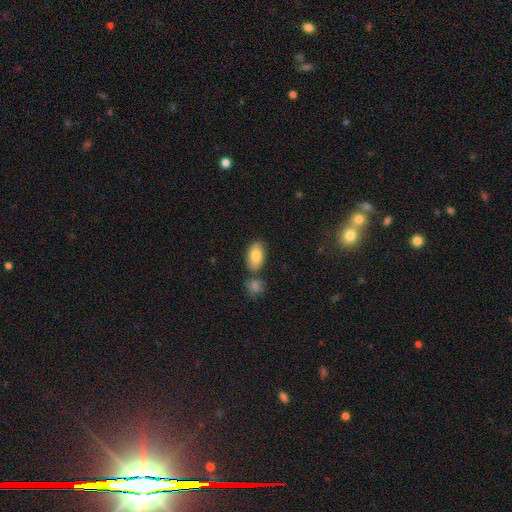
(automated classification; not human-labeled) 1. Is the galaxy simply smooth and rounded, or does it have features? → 82% smooth, 12% featured or disk, 7% star or artifact.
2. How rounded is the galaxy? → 93% in between, 5% round, 2% cigar-shaped.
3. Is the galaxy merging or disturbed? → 68% none, 17% merger, 12% minor disturbance, 3% major disturbance.